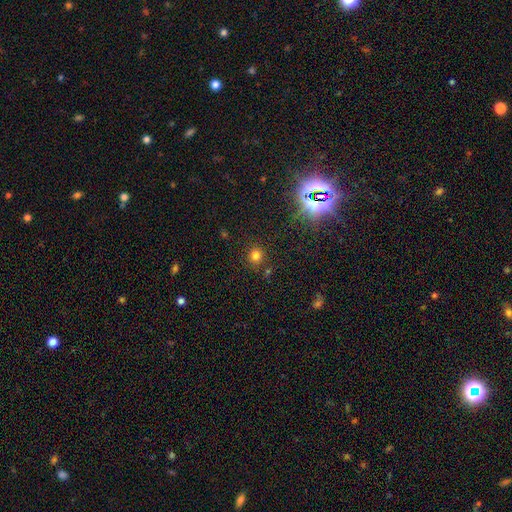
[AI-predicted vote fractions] This is likely a smooth galaxy (75%). How rounded: clearly round (89%). Merging: clearly none (84%).